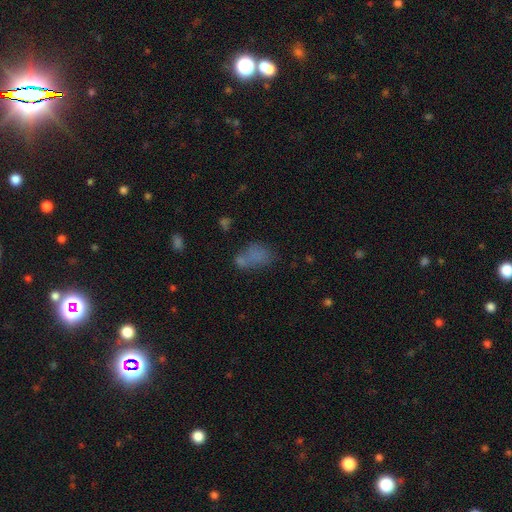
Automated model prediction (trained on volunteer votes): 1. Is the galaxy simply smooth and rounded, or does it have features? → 69% smooth, 16% featured or disk, 15% star or artifact.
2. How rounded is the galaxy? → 84% in between, 13% round, 3% cigar-shaped.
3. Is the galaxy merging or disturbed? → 39% none, 26% merger, 19% minor disturbance, 15% major disturbance.